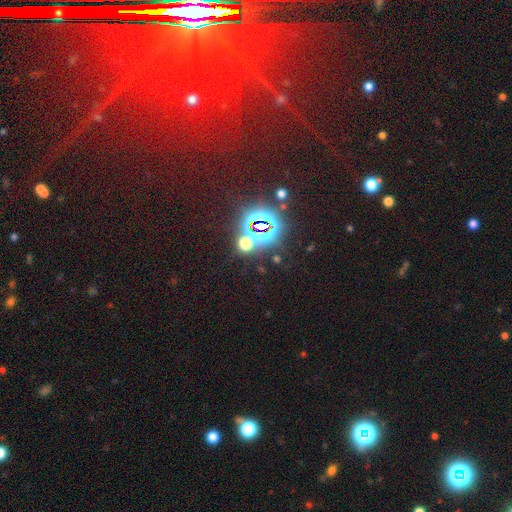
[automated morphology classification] star or artifact 81%, smooth 10%, featured or disk 9%.